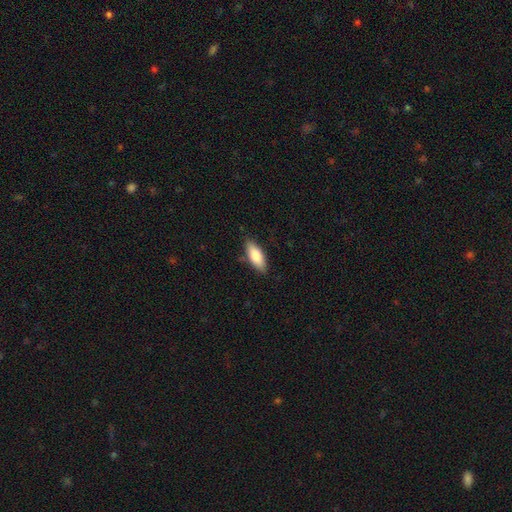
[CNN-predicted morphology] Smooth or featured: smooth — 79% (featured or disk — 15%)
How rounded: in between — 75% (cigar-shaped — 23%)
Merging: none — 83% (minor disturbance — 14%)